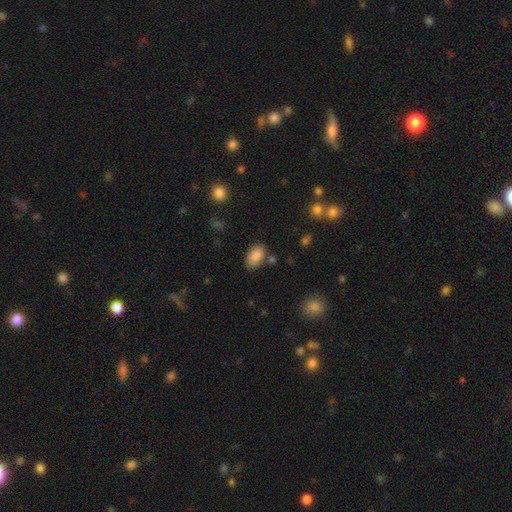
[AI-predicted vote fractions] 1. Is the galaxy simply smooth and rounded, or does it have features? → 87% smooth, 8% star or artifact, 5% featured or disk.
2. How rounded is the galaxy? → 92% in between, 7% round, 2% cigar-shaped.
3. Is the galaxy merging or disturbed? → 76% none, 15% minor disturbance, 5% merger, 4% major disturbance.